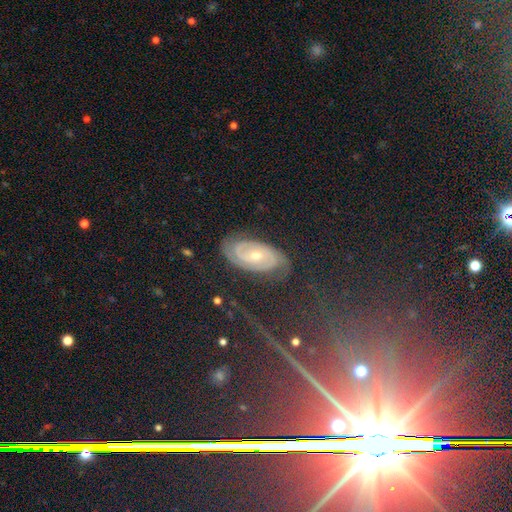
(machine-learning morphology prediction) Smooth or featured?
  - featured or disk: 76% *
  - star or artifact: 13%
  - smooth: 11%
Edge-on disk?
  - no: 95% *
  - yes: 5%
Bar?
  - no: 61% *
  - weak: 29%
  - strong: 10%
Spiral arms?
  - yes: 93% *
  - no: 7%
Spiral winding?
  - tight: 72% *
  - medium: 22%
  - loose: 7%
Spiral arm count?
  - 2: 68% *
  - can't tell: 17%
  - 3: 6%
  - 1: 4%
  - 4: 3%
  - more than 4: 3%
Bulge size?
  - moderate: 50% *
  - small: 47%
  - large: 2%
  - none: 1%
  - dominant: 1%
Merging?
  - none: 80% *
  - minor disturbance: 14%
  - major disturbance: 5%
  - merger: 1%